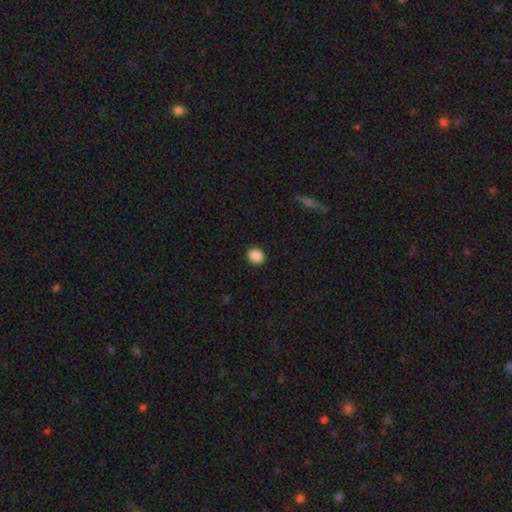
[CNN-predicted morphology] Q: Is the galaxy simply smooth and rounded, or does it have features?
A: smooth — 88%.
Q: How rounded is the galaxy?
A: round — 58%.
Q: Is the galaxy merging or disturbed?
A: none — 91%.